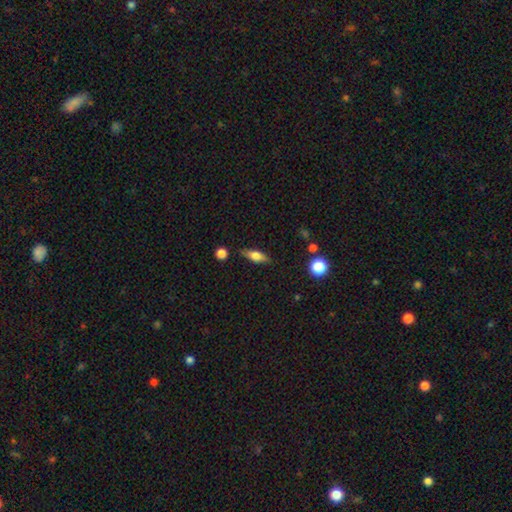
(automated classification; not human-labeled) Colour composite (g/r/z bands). It shows a smooth galaxy with no disk features (57%) that is in between round and cigar-shaped (61%). Merging: none (81%).